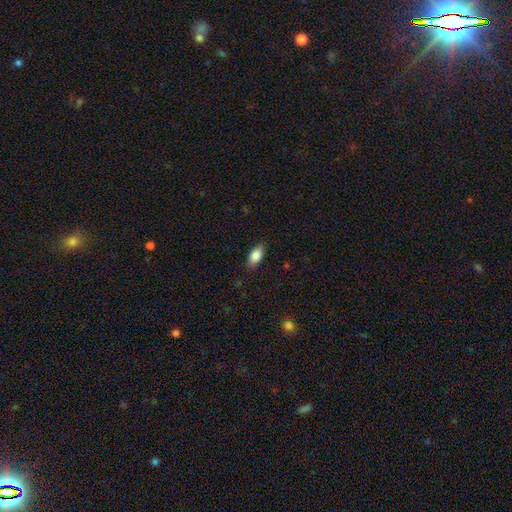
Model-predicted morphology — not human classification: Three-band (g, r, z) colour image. It shows a smooth galaxy with no disk features (82%) that is in between round and cigar-shaped (88%). Merging: none (83%).